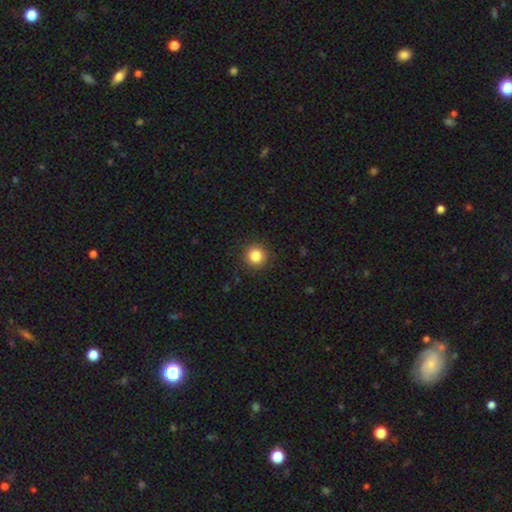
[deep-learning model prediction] Smooth or featured: smooth — 85% (star or artifact — 11%)
How rounded: round — 94% (in between — 5%)
Merging: none — 91% (minor disturbance — 6%)